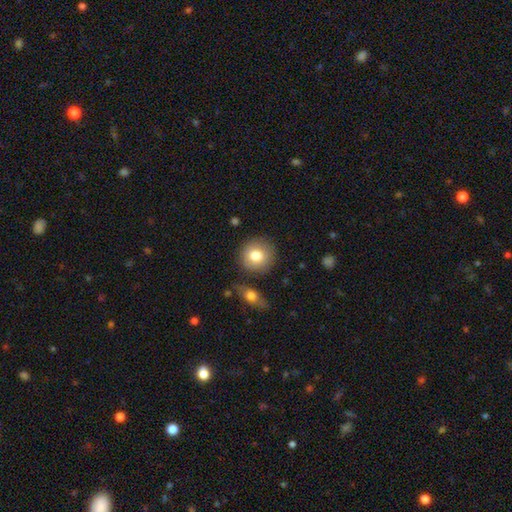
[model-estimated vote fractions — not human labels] smooth 79%, featured or disk 13%, star or artifact 8%. Down the decision tree: how rounded — round (91%); merging — none (84%).